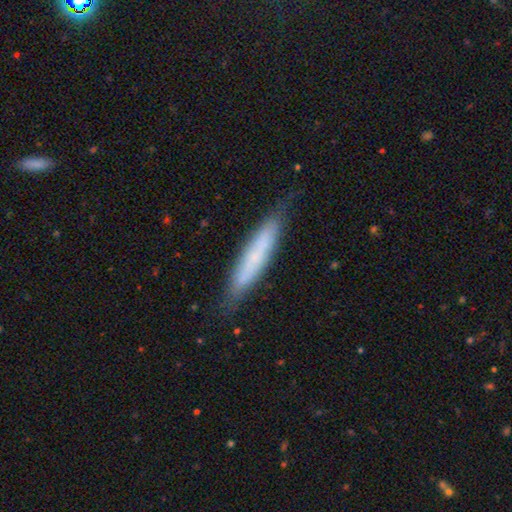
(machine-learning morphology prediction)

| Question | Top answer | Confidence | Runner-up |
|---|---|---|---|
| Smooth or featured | smooth | 60% | featured or disk (33%) |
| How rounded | cigar-shaped | 88% | in between (11%) |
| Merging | none | 78% | minor disturbance (17%) |